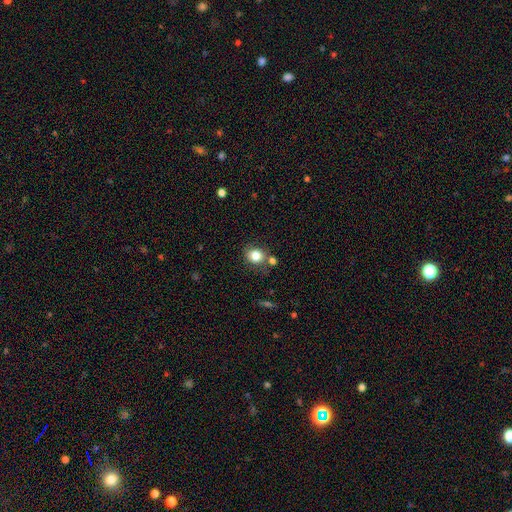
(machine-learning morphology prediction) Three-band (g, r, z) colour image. It shows a smooth galaxy with no disk features (81%) that is round (68%). Merging: none (69%).